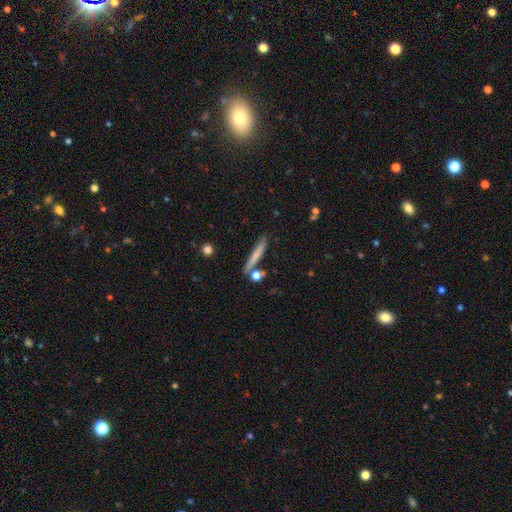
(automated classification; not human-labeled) smooth-or-featured: smooth: 65% | featured or disk: 28% | star or artifact: 7%
  how-rounded: cigar-shaped: 93% | in between: 5% | round: 3%
  merging: none: 79% | minor disturbance: 11% | merger: 7% | major disturbance: 3%